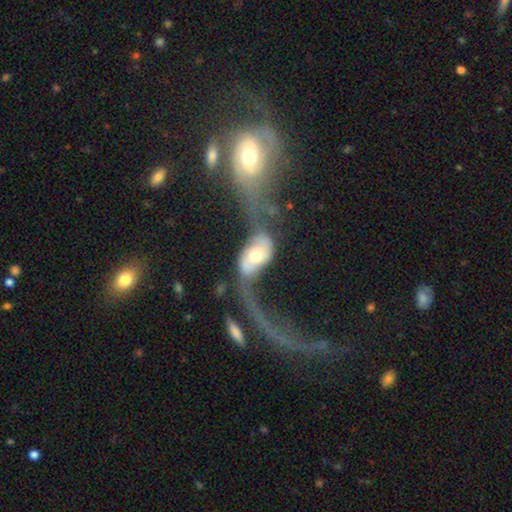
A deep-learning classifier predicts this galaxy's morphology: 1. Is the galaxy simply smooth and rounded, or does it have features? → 67% featured or disk, 26% smooth, 7% star or artifact.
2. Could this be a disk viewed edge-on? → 93% no, 7% yes.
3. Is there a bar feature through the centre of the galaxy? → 53% no, 30% weak, 17% strong.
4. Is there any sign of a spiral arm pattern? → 79% yes, 21% no.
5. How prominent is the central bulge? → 63% moderate, 22% small, 11% large, 2% dominant, 2% none.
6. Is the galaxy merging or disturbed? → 39% merger, 32% major disturbance, 19% none, 10% minor disturbance.